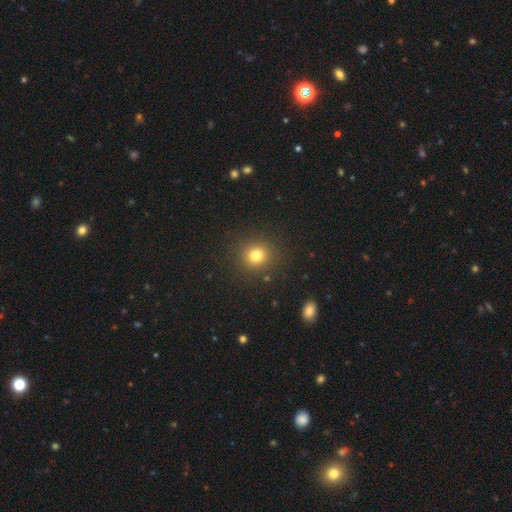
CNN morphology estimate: The model was most divided on "smooth or featured": smooth: 77%, star or artifact: 16%, featured or disk: 7%. More confident: merging — none (89%); how rounded — round (87%).